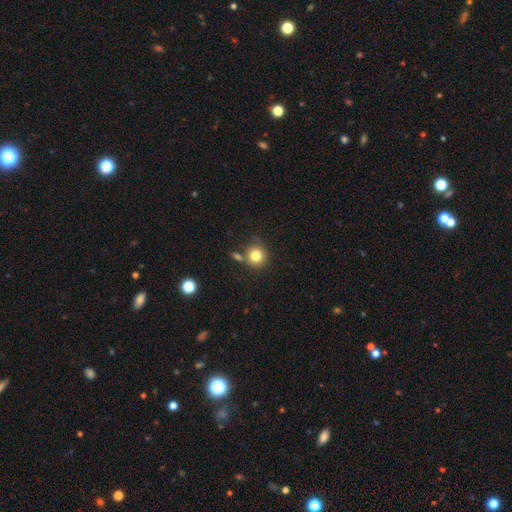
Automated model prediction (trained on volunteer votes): Q: Smooth or featured?
A: smooth (81%); runner-up: star or artifact (11%)
Q: How rounded?
A: round (91%); runner-up: in between (8%)
Q: Merging?
A: none (68%); runner-up: merger (13%)